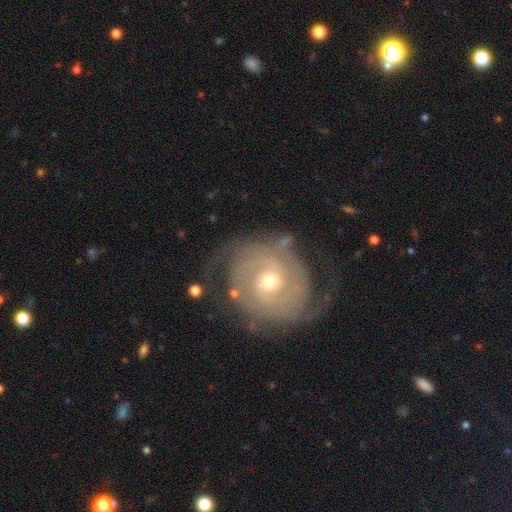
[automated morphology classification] Smooth or featured? Predicted: featured or disk (p=0.82). Edge-on disk? Predicted: no (p=0.97). Bar? Predicted: no (p=0.60). Spiral arms? Predicted: yes (p=0.93). Spiral winding? Predicted: tight (p=0.67). Spiral arm count? Predicted: can't tell (p=0.33). Bulge size? Predicted: moderate (p=0.55). Merging? Predicted: none (p=0.71).